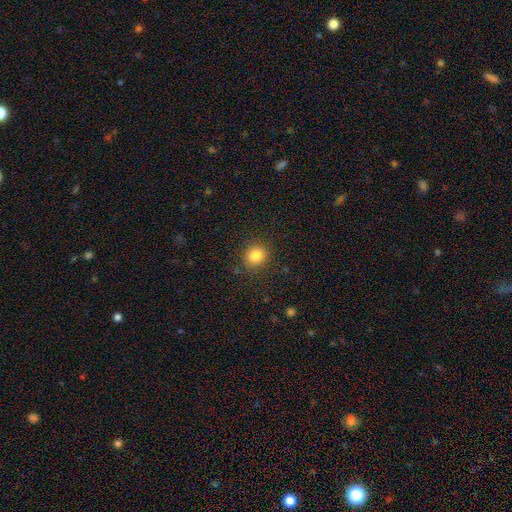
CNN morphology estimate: This appears to be a smooth galaxy with no disk features (84%) that is round (83%). Merging: none (87%).